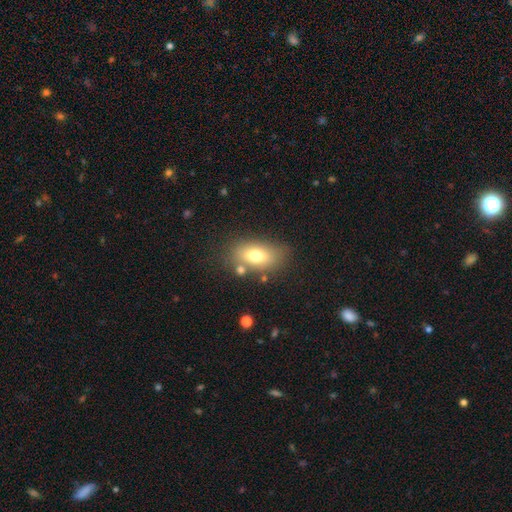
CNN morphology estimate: This is likely a smooth galaxy (72%). How rounded: clearly in between (85%). Merging: likely none (70%).